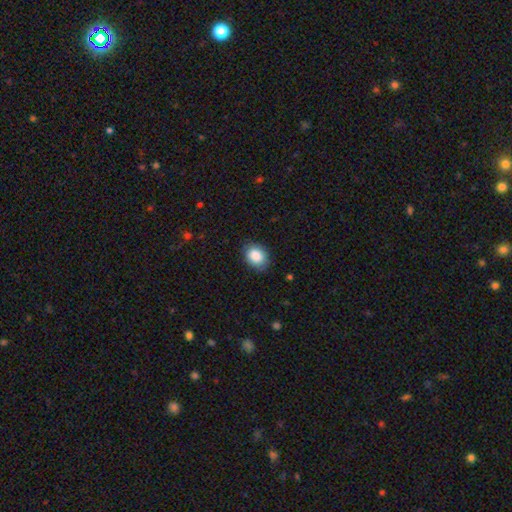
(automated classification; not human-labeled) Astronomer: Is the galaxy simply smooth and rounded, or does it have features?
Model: smooth — 87%.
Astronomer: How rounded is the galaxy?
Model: in between — 59% (runner-up: round, 40%).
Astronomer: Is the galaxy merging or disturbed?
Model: none — 82%.